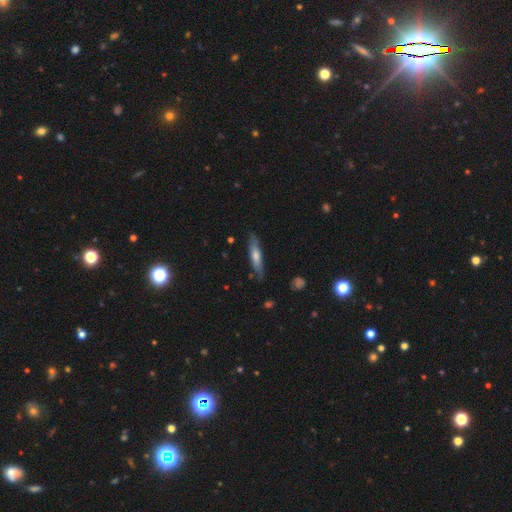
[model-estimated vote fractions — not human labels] smooth-or-featured: smooth: 53% | featured or disk: 41% | star or artifact: 6%
  how-rounded: cigar-shaped: 81% | in between: 17% | round: 2%
  merging: none: 81% | minor disturbance: 14% | major disturbance: 3% | merger: 1%